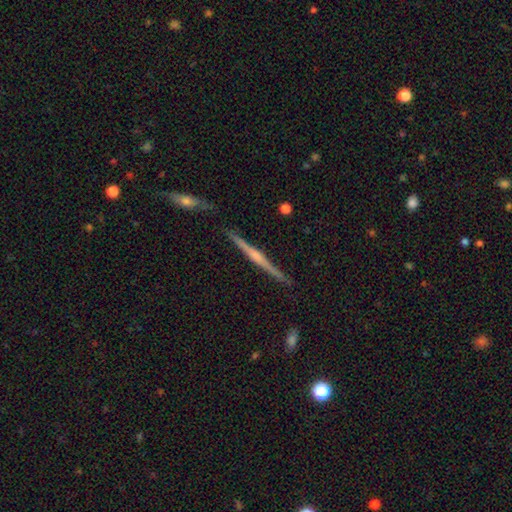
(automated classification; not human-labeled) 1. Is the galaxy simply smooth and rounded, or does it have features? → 78% featured or disk, 17% smooth, 6% star or artifact.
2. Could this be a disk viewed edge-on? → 98% yes, 2% no.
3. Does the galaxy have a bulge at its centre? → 65% rounded, 22% none, 13% boxy.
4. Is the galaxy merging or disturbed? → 89% none, 8% minor disturbance, 2% merger, 2% major disturbance.